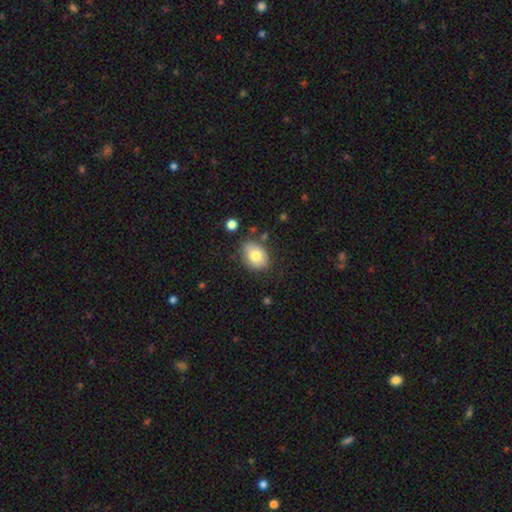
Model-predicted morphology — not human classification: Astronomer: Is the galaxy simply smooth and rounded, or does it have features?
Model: smooth — 78%.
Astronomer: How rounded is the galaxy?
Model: in between — 74%.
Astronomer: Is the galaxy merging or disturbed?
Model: none — 75%.